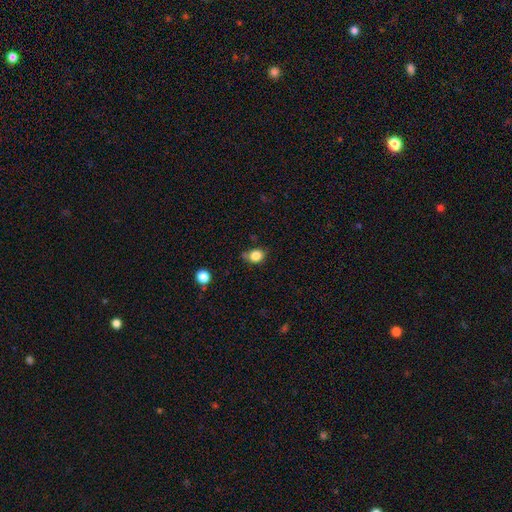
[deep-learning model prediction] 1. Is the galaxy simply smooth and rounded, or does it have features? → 83% smooth, 11% star or artifact, 6% featured or disk.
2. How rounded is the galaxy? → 59% round, 40% in between, 1% cigar-shaped.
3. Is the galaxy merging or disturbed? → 60% none, 29% minor disturbance, 6% major disturbance, 5% merger.